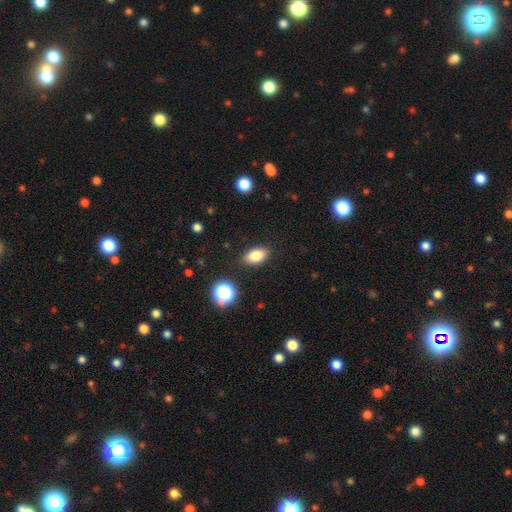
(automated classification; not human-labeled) Smooth or featured?
  - smooth: 82% *
  - star or artifact: 10%
  - featured or disk: 8%
How rounded?
  - in between: 88% *
  - round: 9%
  - cigar-shaped: 3%
Merging?
  - none: 86% *
  - minor disturbance: 9%
  - major disturbance: 3%
  - merger: 2%